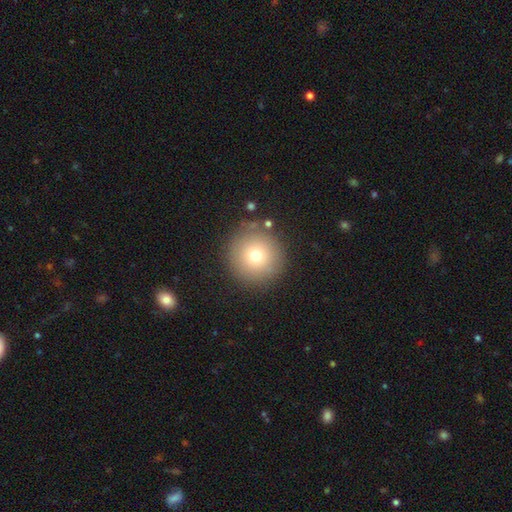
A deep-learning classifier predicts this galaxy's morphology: Q: Smooth or featured?
A: smooth (74%); runner-up: star or artifact (13%)
Q: How rounded?
A: round (96%); runner-up: in between (3%)
Q: Merging?
A: none (86%); runner-up: minor disturbance (8%)